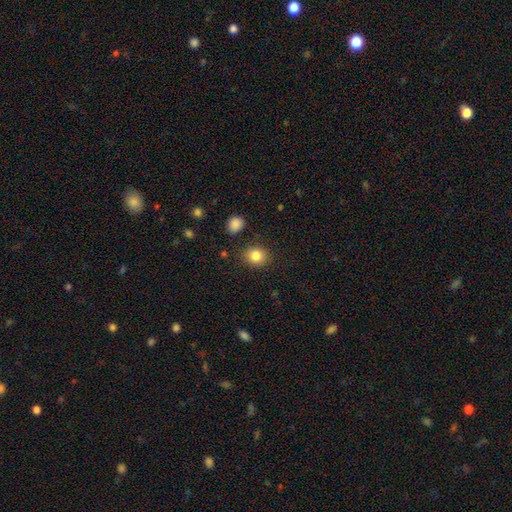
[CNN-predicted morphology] Smooth or featured: smooth — 84% (star or artifact — 10%)
How rounded: round — 75% (in between — 24%)
Merging: none — 84% (minor disturbance — 10%)